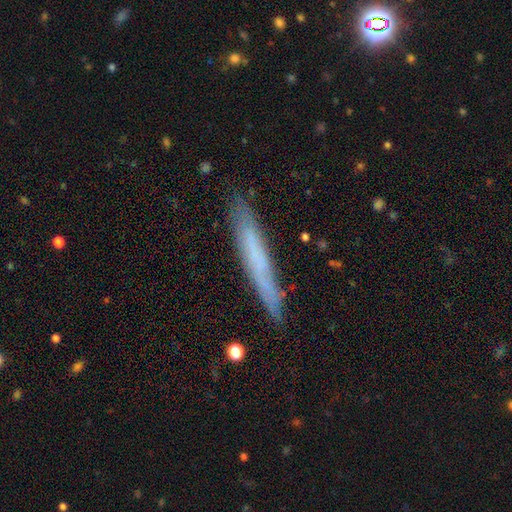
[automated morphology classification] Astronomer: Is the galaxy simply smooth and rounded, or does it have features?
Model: smooth — 51% (runner-up: featured or disk, 41%).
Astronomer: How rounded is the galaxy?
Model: cigar-shaped — 95%.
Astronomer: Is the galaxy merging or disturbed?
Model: none — 83%.